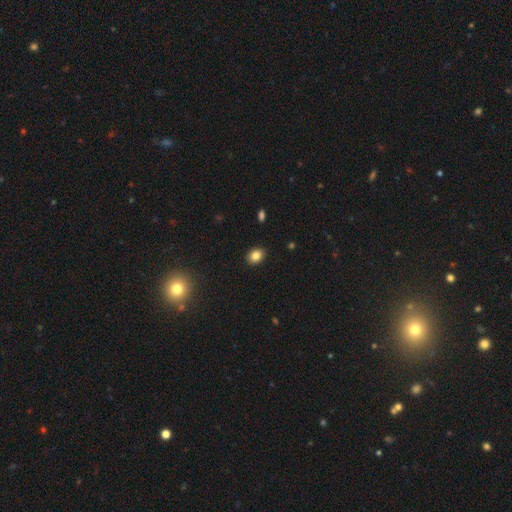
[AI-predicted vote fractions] Q: Smooth or featured?
A: smooth (85%); runner-up: star or artifact (10%)
Q: How rounded?
A: in between (57%); runner-up: round (42%)
Q: Merging?
A: none (90%); runner-up: minor disturbance (7%)